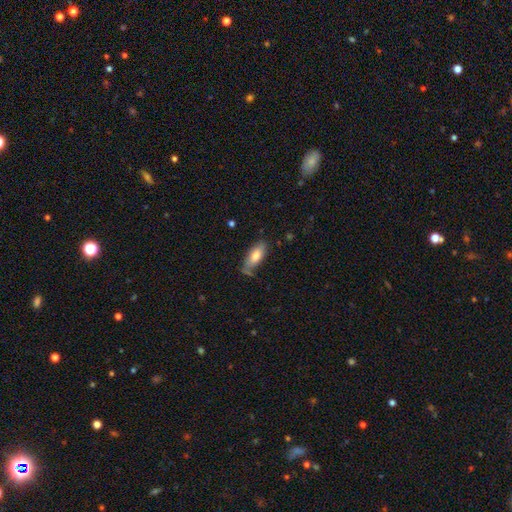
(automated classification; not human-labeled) A smooth galaxy with no disk features (71%) that is in between round and cigar-shaped (76%). Merging: none (61%).